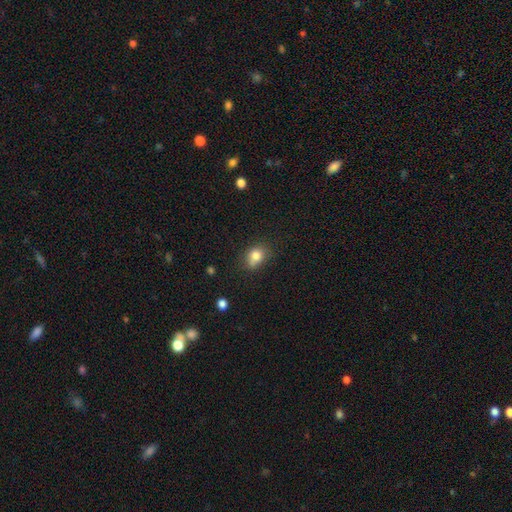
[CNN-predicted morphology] Smooth or featured?
  - smooth: 80% *
  - star or artifact: 11%
  - featured or disk: 9%
How rounded?
  - in between: 54% *
  - round: 44%
  - cigar-shaped: 1%
Merging?
  - none: 58% *
  - minor disturbance: 27%
  - merger: 8%
  - major disturbance: 7%